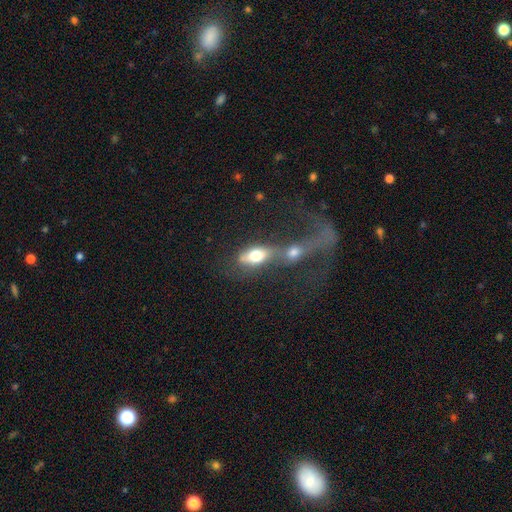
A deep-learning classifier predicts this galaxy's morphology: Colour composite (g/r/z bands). It shows a smooth galaxy with no disk features (64%) that is in between round and cigar-shaped (80%). Merging: merger (64%).